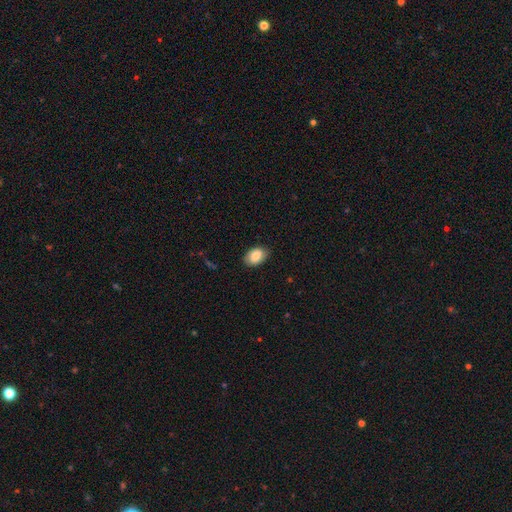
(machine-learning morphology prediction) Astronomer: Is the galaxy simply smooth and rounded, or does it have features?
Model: smooth — 83%.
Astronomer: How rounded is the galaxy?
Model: in between — 87%.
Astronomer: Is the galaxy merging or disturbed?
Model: none — 81%.